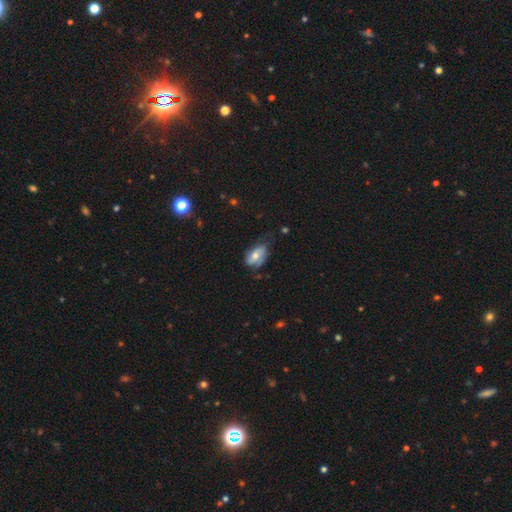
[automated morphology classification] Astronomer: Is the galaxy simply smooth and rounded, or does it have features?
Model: smooth — 53% (runner-up: featured or disk, 39%).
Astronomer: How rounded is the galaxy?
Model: in between — 89%.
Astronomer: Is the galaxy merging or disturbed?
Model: none — 50% (runner-up: minor disturbance, 35%).